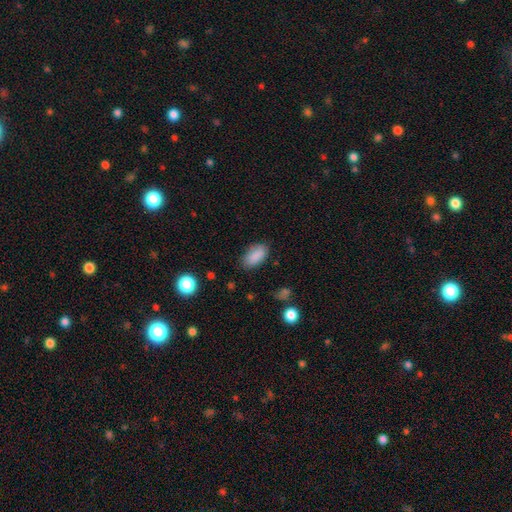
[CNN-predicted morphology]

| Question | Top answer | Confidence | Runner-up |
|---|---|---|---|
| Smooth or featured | smooth | 88% | star or artifact (8%) |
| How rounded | in between | 92% | cigar-shaped (5%) |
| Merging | none | 80% | minor disturbance (15%) |